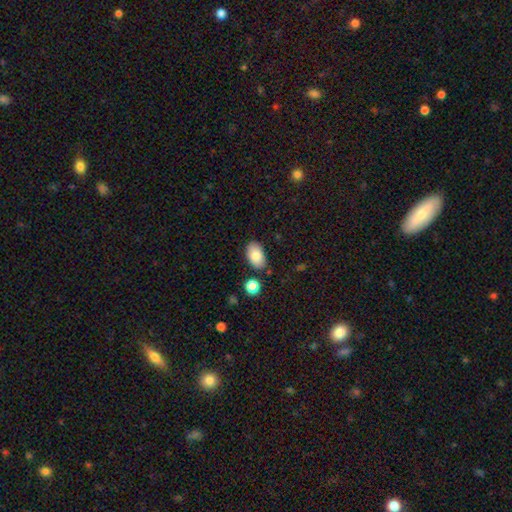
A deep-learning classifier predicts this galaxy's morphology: Q: Smooth or featured?
A: smooth (84%); runner-up: featured or disk (8%)
Q: How rounded?
A: in between (92%); runner-up: round (6%)
Q: Merging?
A: none (81%); runner-up: minor disturbance (12%)